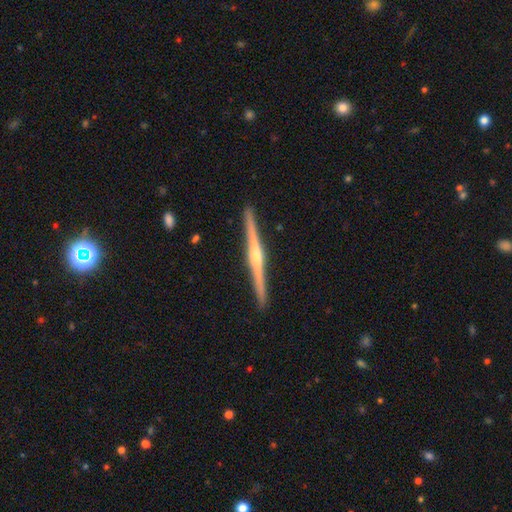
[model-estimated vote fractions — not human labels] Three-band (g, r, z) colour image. It shows a featured or disk galaxy (85%) viewed edge-on (99%) with a rounded central bulge (84%). Merging: none (93%).